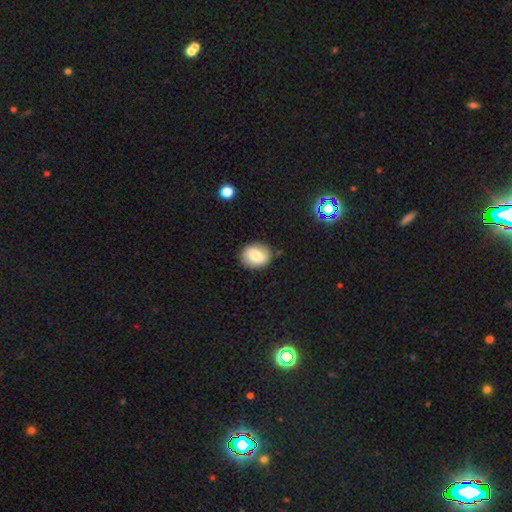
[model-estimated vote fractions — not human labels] This appears to be a smooth galaxy with no disk features (74%) that is round (51%). Merging: none (85%).